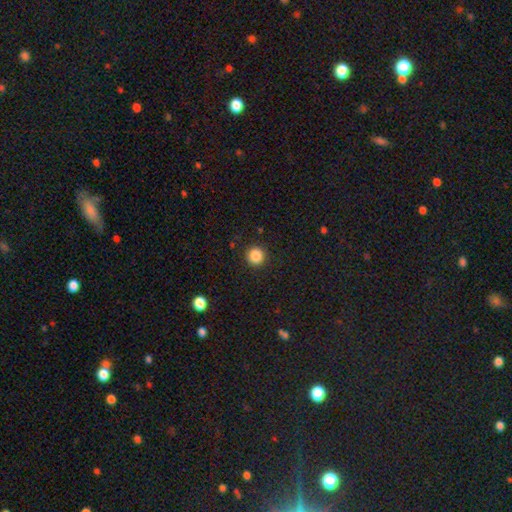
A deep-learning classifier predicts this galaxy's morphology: Overall: smooth (86%). How rounded: round (94%). Merging: none (91%).